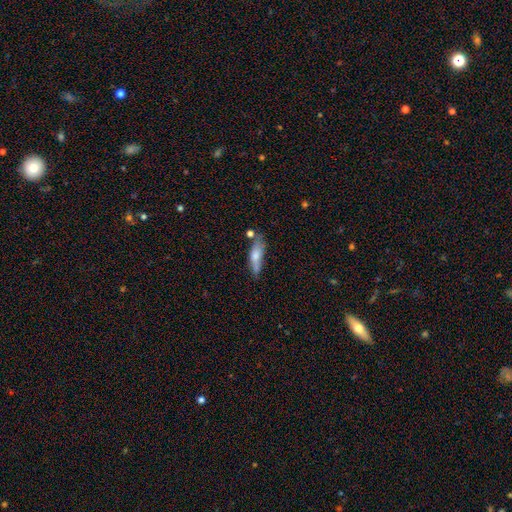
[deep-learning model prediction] smooth 60%, featured or disk 32%, star or artifact 7%. Down the decision tree: how rounded — cigar-shaped (64%); merging — none (63%).